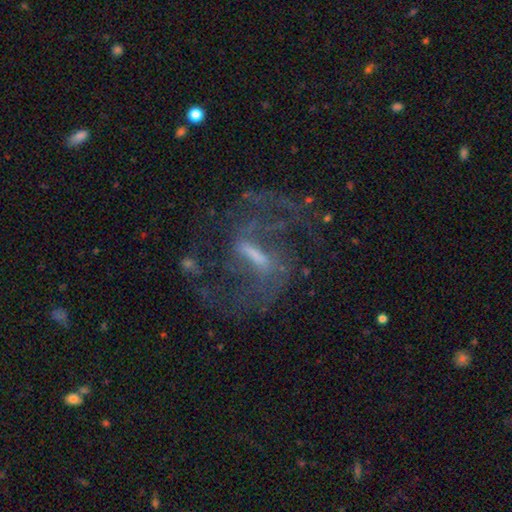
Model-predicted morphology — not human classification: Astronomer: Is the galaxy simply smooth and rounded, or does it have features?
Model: featured or disk — 83%.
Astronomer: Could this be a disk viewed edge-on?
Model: no — 94%.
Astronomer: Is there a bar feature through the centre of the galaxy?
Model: strong — 61%.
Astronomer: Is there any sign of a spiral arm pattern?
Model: yes — 87%.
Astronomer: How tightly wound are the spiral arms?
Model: loose — 47% (runner-up: medium, 41%).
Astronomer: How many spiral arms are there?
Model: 2 — 71%.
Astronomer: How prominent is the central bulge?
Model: small — 34%, tied with moderate at 34%.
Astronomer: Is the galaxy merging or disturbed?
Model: none — 51% (runner-up: major disturbance, 30%).